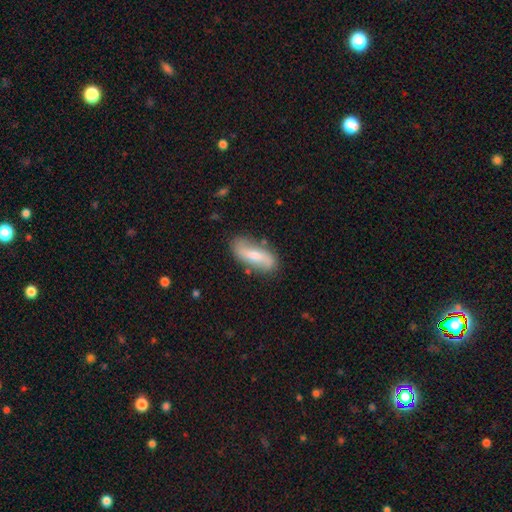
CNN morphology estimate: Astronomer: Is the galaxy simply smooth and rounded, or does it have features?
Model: featured or disk — 50% (runner-up: smooth, 44%).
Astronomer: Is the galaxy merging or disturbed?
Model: none — 77%.